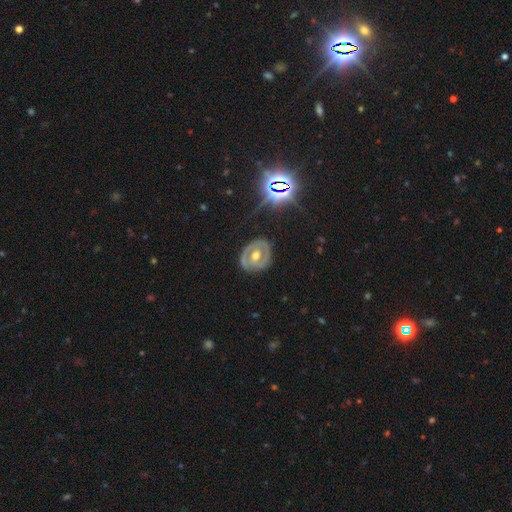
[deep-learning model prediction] The model was most divided on "spiral arms": yes: 53%, no: 47%. Remaining: edge-on disk — no (95%); merging — none (80%); bulge size — moderate (77%); smooth or featured — featured or disk (72%); bar — no (49%).